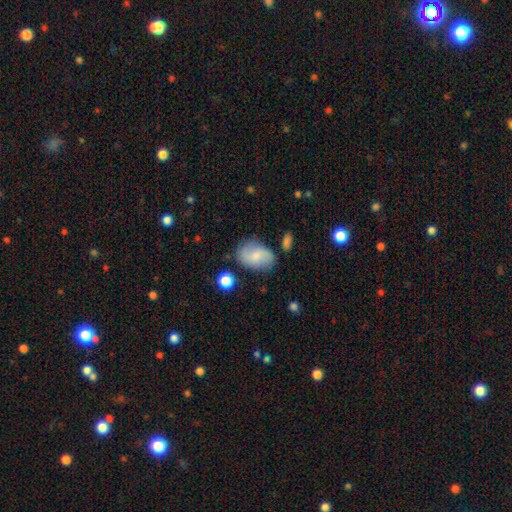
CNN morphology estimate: The model was most divided on "smooth or featured": smooth: 65%, featured or disk: 27%, star or artifact: 8%. More confident: how rounded — in between (87%); merging — none (70%).